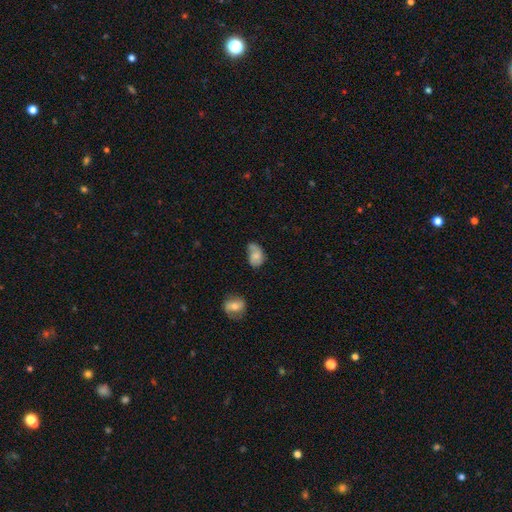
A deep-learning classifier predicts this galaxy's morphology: Smooth or featured? Predicted: smooth (p=0.52). How rounded? Predicted: in between (p=0.81). Merging? Predicted: none (p=0.42).